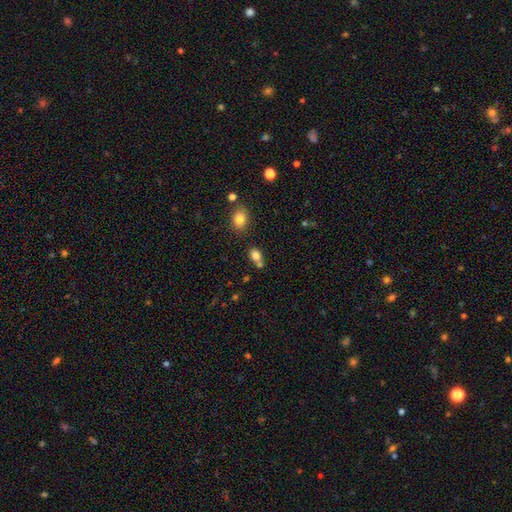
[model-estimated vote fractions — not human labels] Overall: smooth (81%). How rounded: in between (71%). Merging: none (48%; merger 34%).